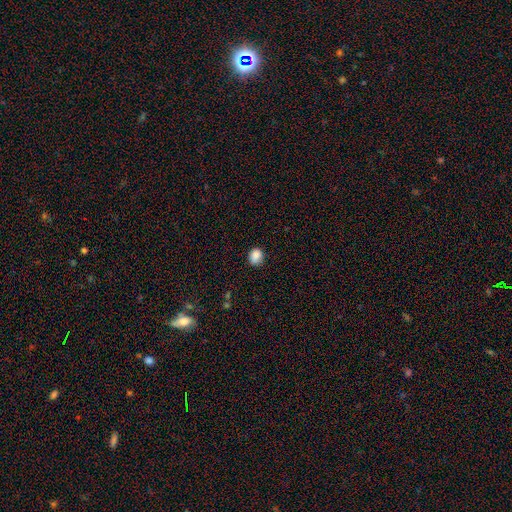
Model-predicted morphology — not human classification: A smooth galaxy with no disk features (86%) that is round (59%).

Vote fractions:
- Smooth or featured? smooth: 86% / star or artifact: 10% / featured or disk: 5%
- How rounded? round: 59% / in between: 40% / cigar-shaped: 1%
- Merging? none: 73% / minor disturbance: 21% / major disturbance: 4% / merger: 2%